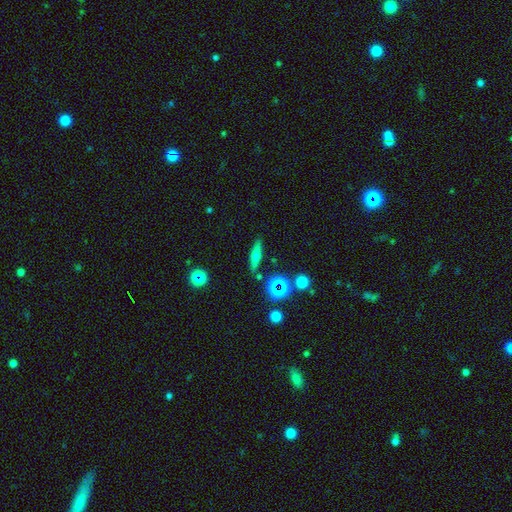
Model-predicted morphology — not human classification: type=smooth (51%); roundness=cigar-shaped (72%); merging=none (84%).